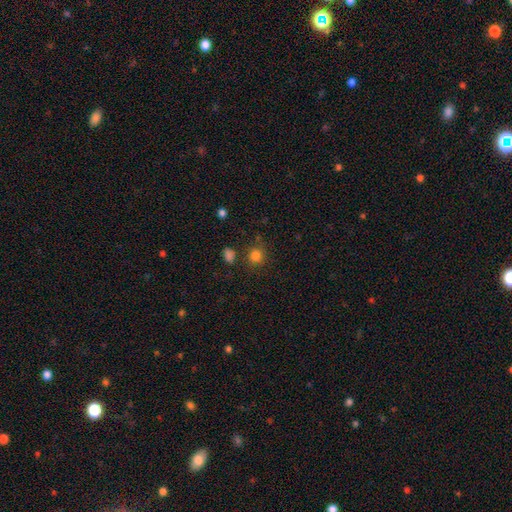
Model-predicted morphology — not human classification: smooth 81%, star or artifact 14%, featured or disk 5%. Down the decision tree: how rounded — round (86%); merging — none (80%).